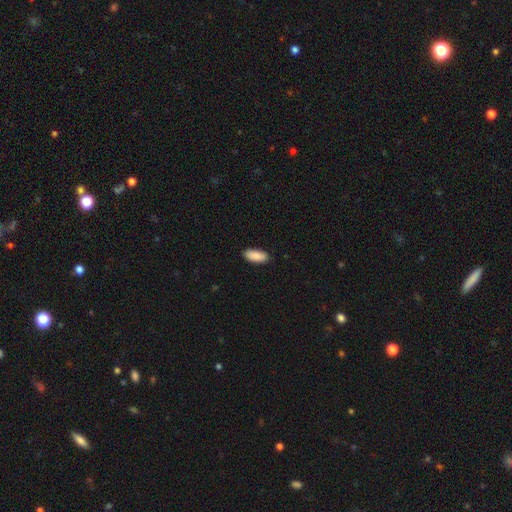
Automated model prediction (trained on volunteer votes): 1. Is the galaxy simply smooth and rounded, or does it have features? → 90% smooth, 6% star or artifact, 4% featured or disk.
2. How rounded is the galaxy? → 87% in between, 11% cigar-shaped, 2% round.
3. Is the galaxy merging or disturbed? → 88% none, 9% minor disturbance, 2% major disturbance, 1% merger.